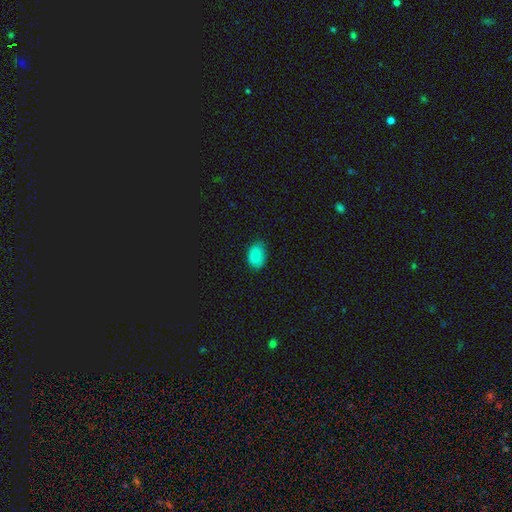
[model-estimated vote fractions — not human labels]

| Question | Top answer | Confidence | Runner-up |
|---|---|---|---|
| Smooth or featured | smooth | 85% | star or artifact (9%) |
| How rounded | in between | 81% | round (18%) |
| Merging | none | 75% | minor disturbance (21%) |